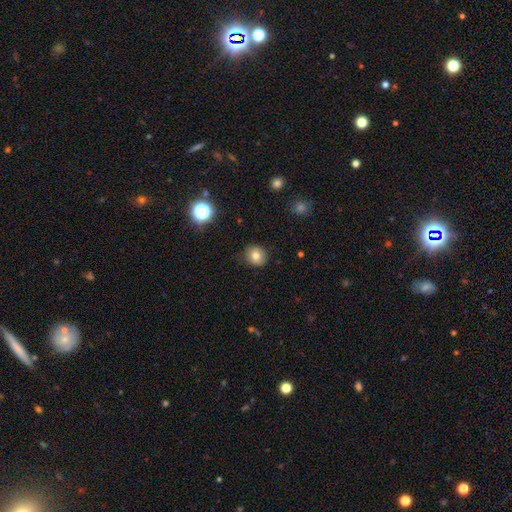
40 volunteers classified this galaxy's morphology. Overall: smooth (85%). How rounded: round (65%; in between 35%). Merging: none (81%).